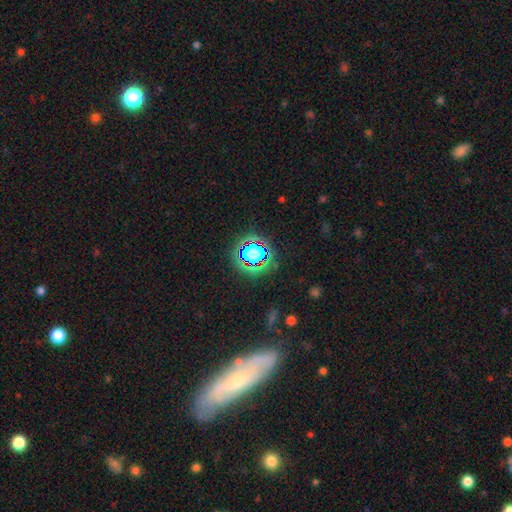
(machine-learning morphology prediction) star or artifact 57%, smooth 24%, featured or disk 19%.